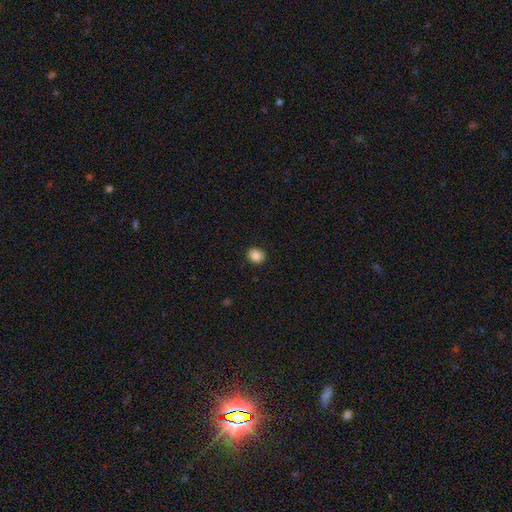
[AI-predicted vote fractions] Smooth or featured: smooth — 85% (star or artifact — 9%)
How rounded: round — 71% (in between — 28%)
Merging: none — 89% (minor disturbance — 8%)